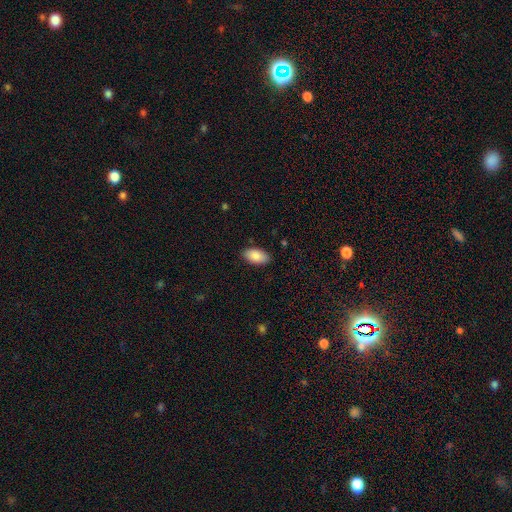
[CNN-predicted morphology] Q: Smooth or featured?
A: smooth (88%); runner-up: star or artifact (6%)
Q: How rounded?
A: in between (95%); runner-up: round (3%)
Q: Merging?
A: none (87%); runner-up: minor disturbance (10%)